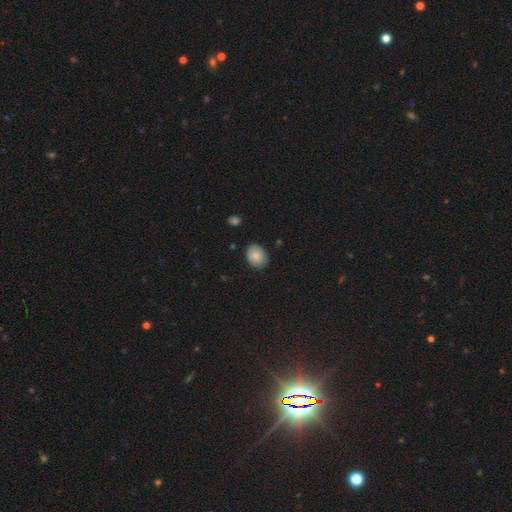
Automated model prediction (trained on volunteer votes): Smooth or featured: smooth — 81% (featured or disk — 11%)
How rounded: in between — 56% (round — 43%)
Merging: none — 82% (minor disturbance — 14%)